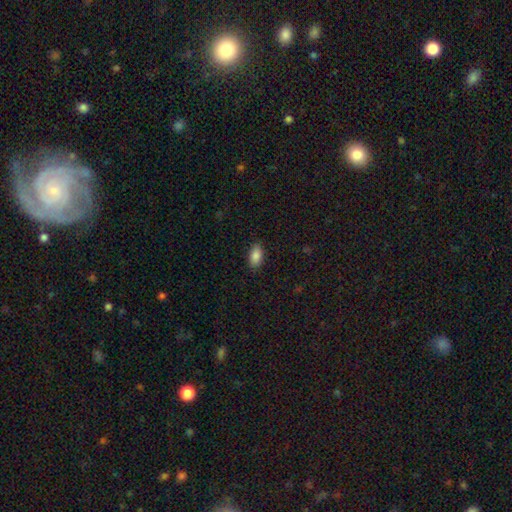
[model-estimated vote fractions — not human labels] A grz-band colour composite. It shows a smooth galaxy with no disk features (87%) that is in between round and cigar-shaped (92%). Merging: none (88%).